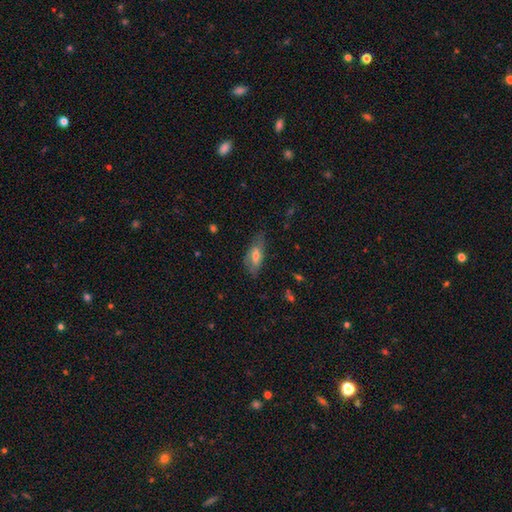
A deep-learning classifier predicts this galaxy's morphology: This is likely a smooth galaxy (61%). How rounded: likely in between (75%). Merging: likely none (64%).